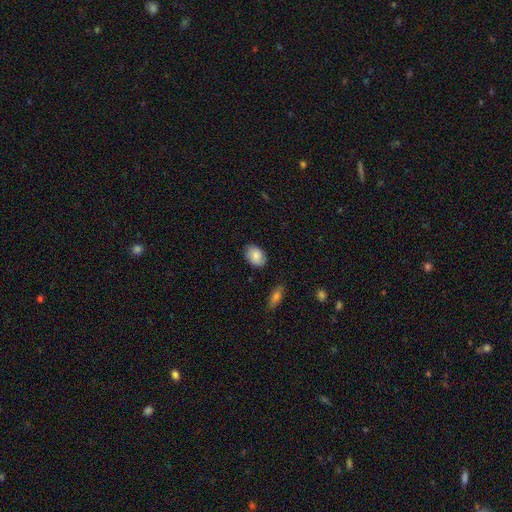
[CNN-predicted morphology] The model was most divided on "how rounded": in between: 79%, round: 20%, cigar-shaped: 1%. More confident: smooth or featured — smooth (83%); merging — none (82%).